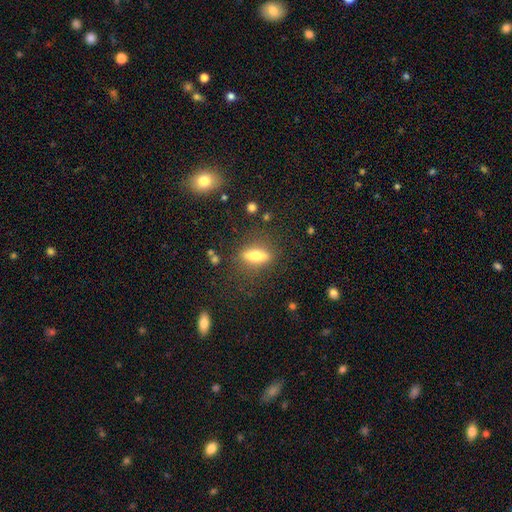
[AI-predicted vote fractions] Q: Smooth or featured?
A: smooth (59%); runner-up: featured or disk (32%)
Q: How rounded?
A: in between (50%); runner-up: cigar-shaped (45%)
Q: Merging?
A: none (81%); runner-up: minor disturbance (11%)